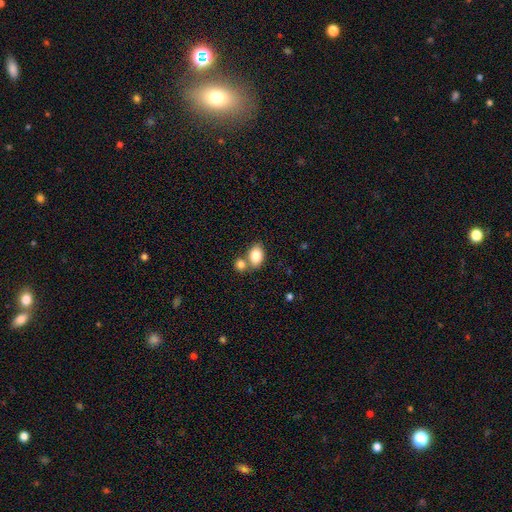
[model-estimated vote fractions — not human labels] Smooth or featured? Predicted: smooth (p=0.83). How rounded? Predicted: in between (p=0.77). Merging? Predicted: none (p=0.52).